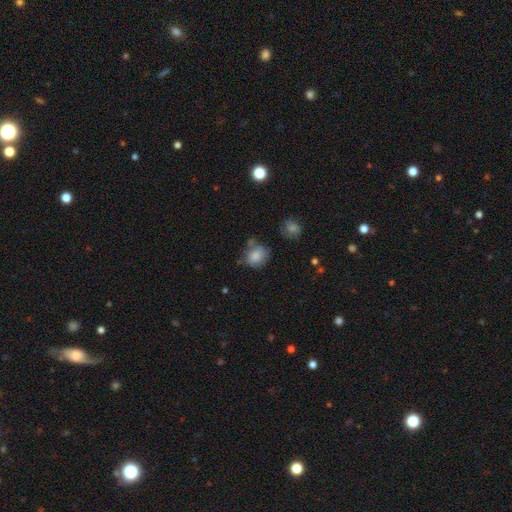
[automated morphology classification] Smooth or featured? smooth (79%)
How rounded? round (61%)
Merging? none (52%)